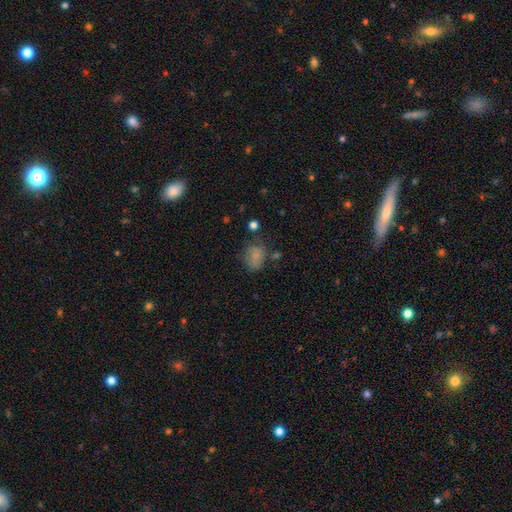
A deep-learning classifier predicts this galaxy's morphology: A smooth galaxy with no disk features (75%) that is in between round and cigar-shaped (59%).

Vote fractions:
- Smooth or featured? smooth: 75% / star or artifact: 13% / featured or disk: 12%
- How rounded? in between: 59% / round: 40% / cigar-shaped: 1%
- Merging? none: 53% / minor disturbance: 26% / major disturbance: 14% / merger: 6%